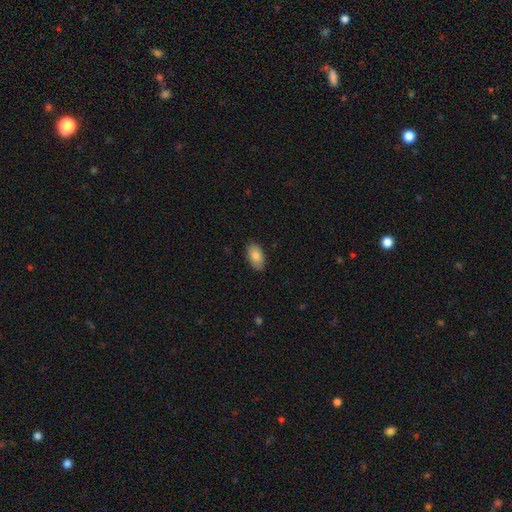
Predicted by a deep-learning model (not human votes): smooth 85%, featured or disk 8%, star or artifact 7%. Down the decision tree: how rounded — in between (94%); merging — none (86%).